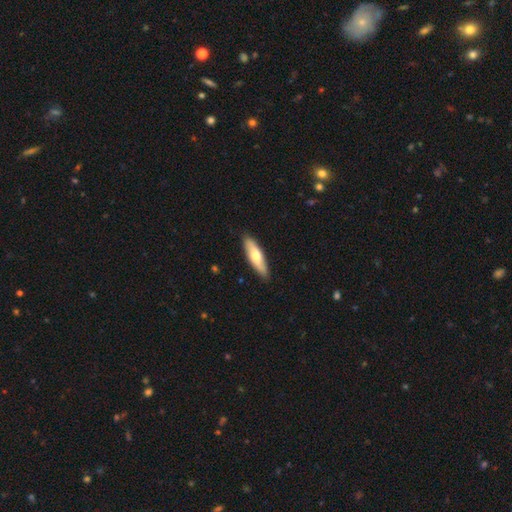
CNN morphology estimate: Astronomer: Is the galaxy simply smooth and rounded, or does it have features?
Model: smooth — 62%.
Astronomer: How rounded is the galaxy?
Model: cigar-shaped — 60% (runner-up: in between, 38%).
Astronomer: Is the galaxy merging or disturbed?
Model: none — 88%.